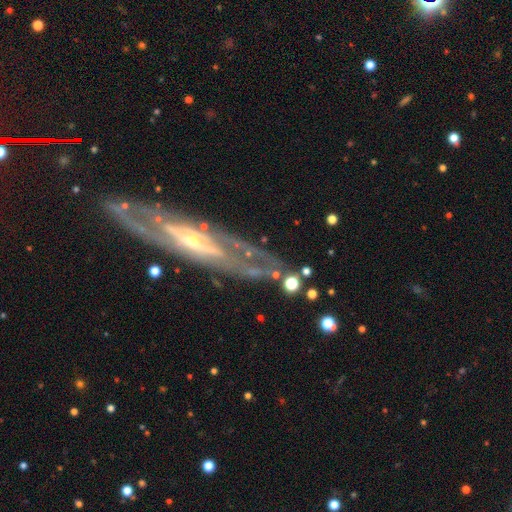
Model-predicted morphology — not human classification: Smooth or featured?
  - featured or disk: 84% *
  - smooth: 10%
  - star or artifact: 6%
Edge-on disk?
  - no: 68% *
  - yes: 32%
Bar?
  - no: 51% *
  - weak: 31%
  - strong: 18%
Spiral arms?
  - yes: 82% *
  - no: 18%
Bulge size?
  - small: 67% *
  - moderate: 28%
  - large: 2%
  - none: 2%
  - dominant: 1%
Merging?
  - none: 79% *
  - minor disturbance: 13%
  - major disturbance: 5%
  - merger: 2%